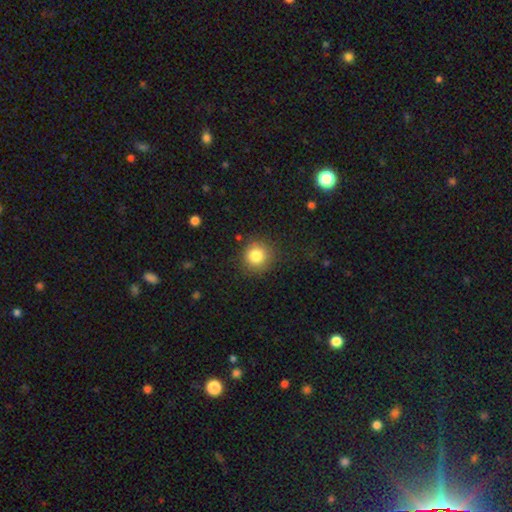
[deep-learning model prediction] A smooth galaxy with no disk features (83%) that is round (93%). Merging: none (87%).